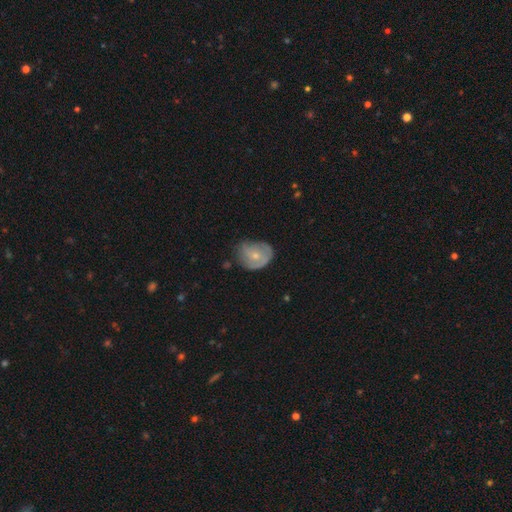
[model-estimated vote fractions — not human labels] Smooth or featured?
  - featured or disk: 47% *
  - smooth: 46%
  - star or artifact: 7%
Merging?
  - none: 46% *
  - minor disturbance: 36%
  - major disturbance: 16%
  - merger: 2%